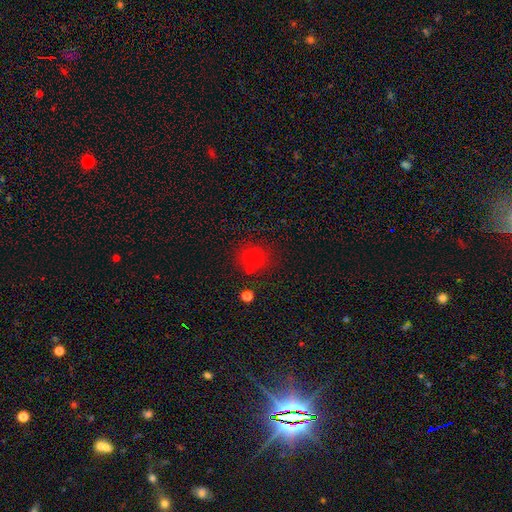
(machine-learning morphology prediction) Smooth or featured? smooth (61%)
How rounded? round (78%)
Merging? none (78%)